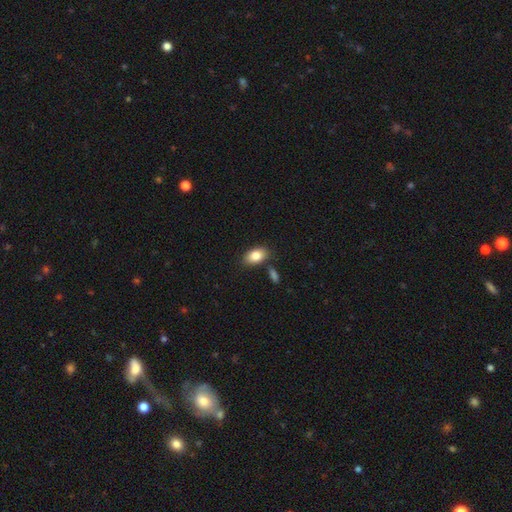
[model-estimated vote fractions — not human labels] Smooth or featured? smooth (84%)
How rounded? in between (90%)
Merging? none (78%)